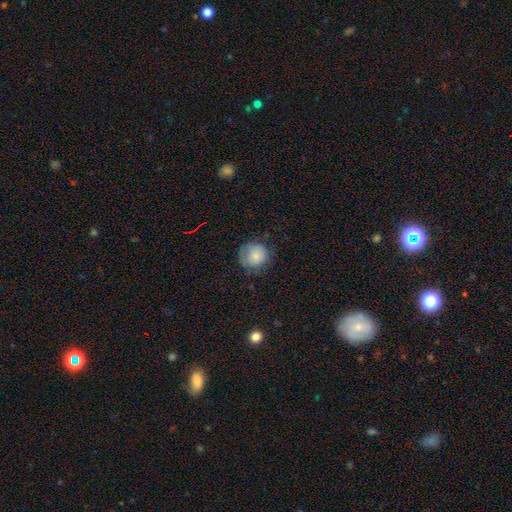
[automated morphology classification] smooth-or-featured: smooth: 77% | featured or disk: 15% | star or artifact: 9%
  how-rounded: round: 90% | in between: 9% | cigar-shaped: 1%
  merging: none: 65% | minor disturbance: 23% | major disturbance: 11% | merger: 1%